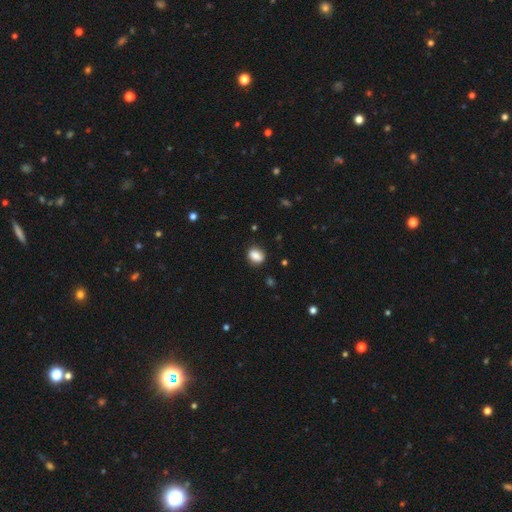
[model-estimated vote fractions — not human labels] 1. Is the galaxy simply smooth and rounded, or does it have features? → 85% smooth, 9% star or artifact, 7% featured or disk.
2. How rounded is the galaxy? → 55% in between, 44% round, 1% cigar-shaped.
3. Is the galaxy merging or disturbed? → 81% none, 14% minor disturbance, 3% major disturbance, 1% merger.